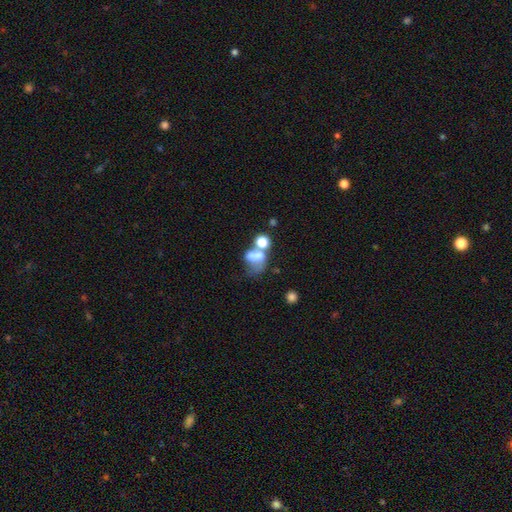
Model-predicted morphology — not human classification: A smooth galaxy with no disk features (57%) that is in between round and cigar-shaped (64%).

Vote fractions:
- Smooth or featured? smooth: 57% / featured or disk: 27% / star or artifact: 16%
- How rounded? in between: 64% / round: 34% / cigar-shaped: 2%
- Merging? merger: 48% / major disturbance: 22% / none: 19% / minor disturbance: 11%